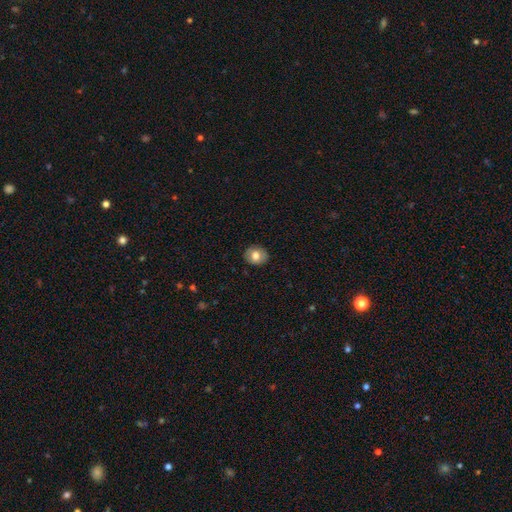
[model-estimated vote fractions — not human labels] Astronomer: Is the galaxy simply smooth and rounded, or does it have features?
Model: smooth — 71%.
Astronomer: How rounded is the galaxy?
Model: round — 64%.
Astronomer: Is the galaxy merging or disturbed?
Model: none — 86%.